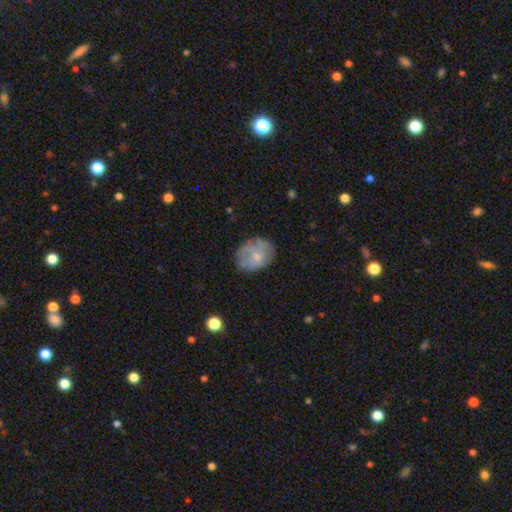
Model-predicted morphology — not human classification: Q: Smooth or featured?
A: smooth (63%); runner-up: featured or disk (29%)
Q: How rounded?
A: in between (58%); runner-up: round (41%)
Q: Merging?
A: none (67%); runner-up: minor disturbance (23%)